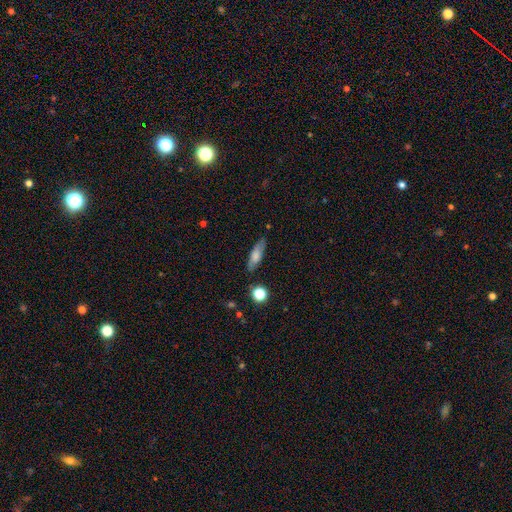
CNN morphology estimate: smooth-or-featured: smooth: 69% | featured or disk: 23% | star or artifact: 8%
  how-rounded: cigar-shaped: 52% | in between: 45% | round: 3%
  merging: none: 80% | minor disturbance: 14% | major disturbance: 3% | merger: 2%